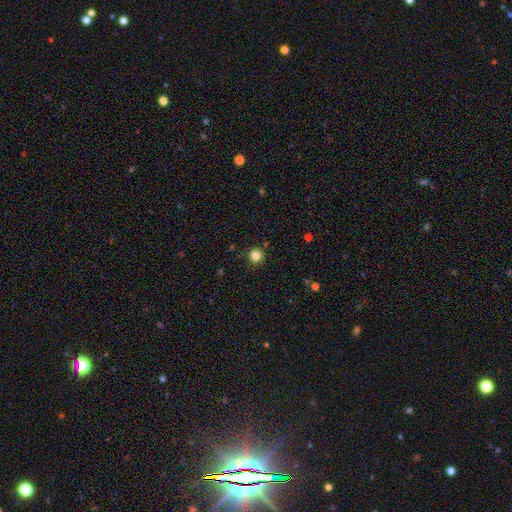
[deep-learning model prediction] Overall: smooth (83%). How rounded: round (95%). Merging: none (90%).